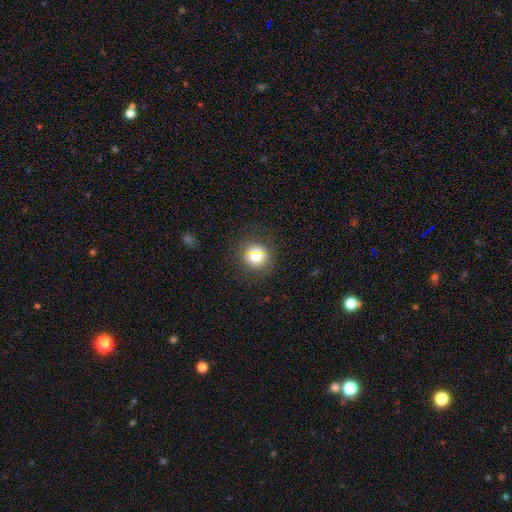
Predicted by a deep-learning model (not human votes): This appears to be a smooth galaxy with no disk features (77%) that is round (91%). Merging: none (85%).